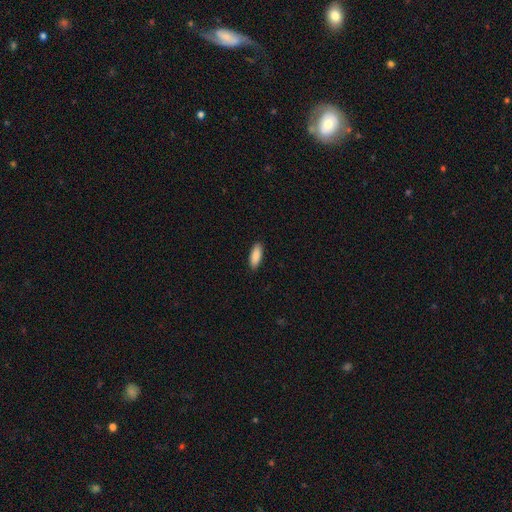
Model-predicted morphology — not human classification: Smooth or featured?
  - smooth: 89% *
  - star or artifact: 6%
  - featured or disk: 5%
How rounded?
  - in between: 69% *
  - cigar-shaped: 29%
  - round: 2%
Merging?
  - none: 90% *
  - minor disturbance: 7%
  - major disturbance: 2%
  - merger: 1%